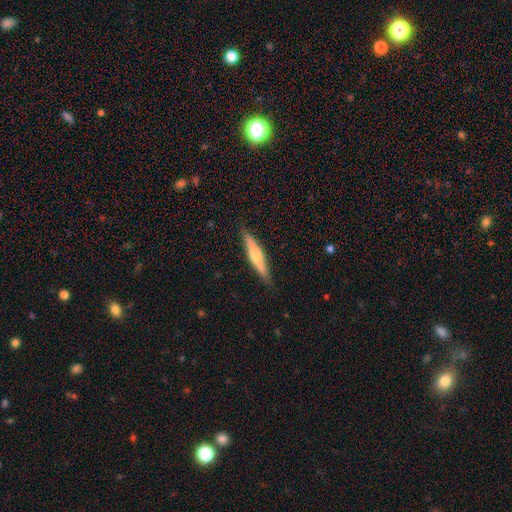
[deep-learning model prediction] The model was most divided on "smooth or featured": smooth: 48%, featured or disk: 46%, star or artifact: 6%. More confident: merging — none (87%).